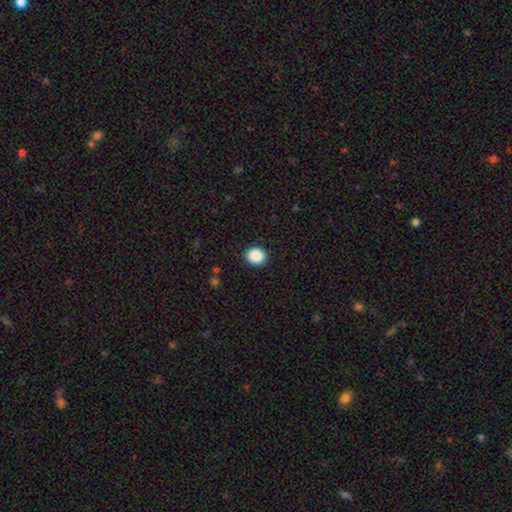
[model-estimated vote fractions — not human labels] The model was most divided on "how rounded": round: 73%, in between: 26%, cigar-shaped: 1%. More confident: merging — none (91%); smooth or featured — smooth (89%).